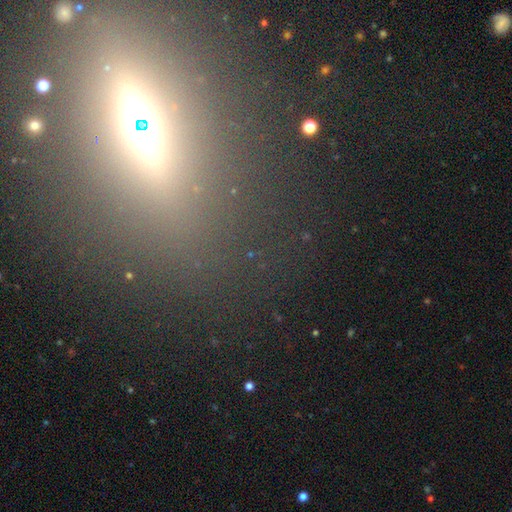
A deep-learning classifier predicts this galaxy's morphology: Q: Smooth or featured?
A: star or artifact (58%); runner-up: featured or disk (23%)